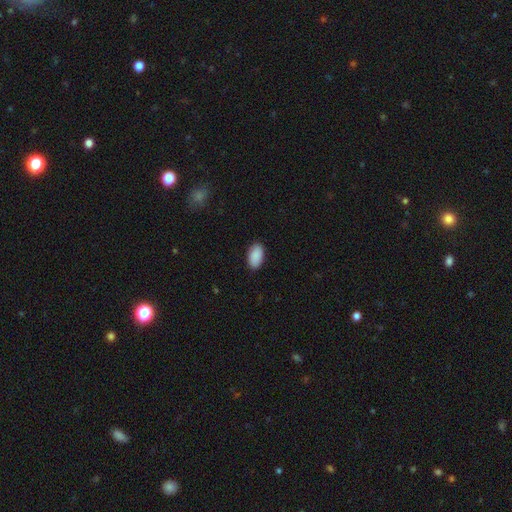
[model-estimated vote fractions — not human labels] smooth-or-featured: smooth: 91% | star or artifact: 6% | featured or disk: 3%
  how-rounded: in between: 95% | round: 3% | cigar-shaped: 2%
  merging: none: 89% | minor disturbance: 8% | major disturbance: 2% | merger: 1%